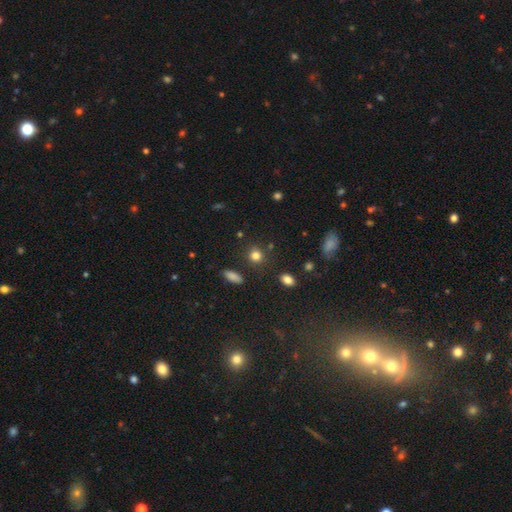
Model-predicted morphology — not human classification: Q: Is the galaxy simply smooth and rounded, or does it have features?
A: smooth — 80%.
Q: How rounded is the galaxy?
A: round — 80%.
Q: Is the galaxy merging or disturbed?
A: none — 83%.